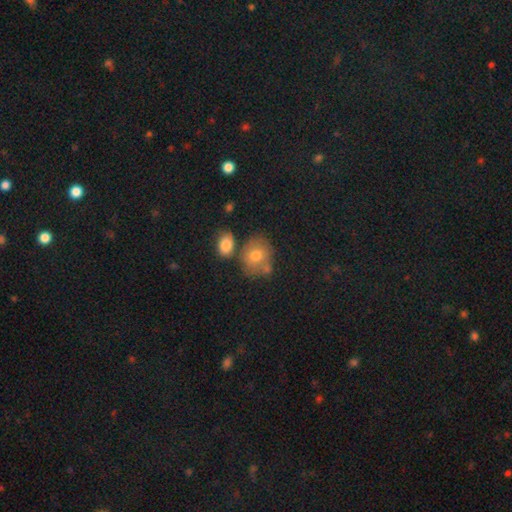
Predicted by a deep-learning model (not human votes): smooth-or-featured: smooth: 71% | featured or disk: 19% | star or artifact: 10%
  how-rounded: round: 59% | in between: 40% | cigar-shaped: 1%
  merging: none: 55% | merger: 22% | minor disturbance: 17% | major disturbance: 6%